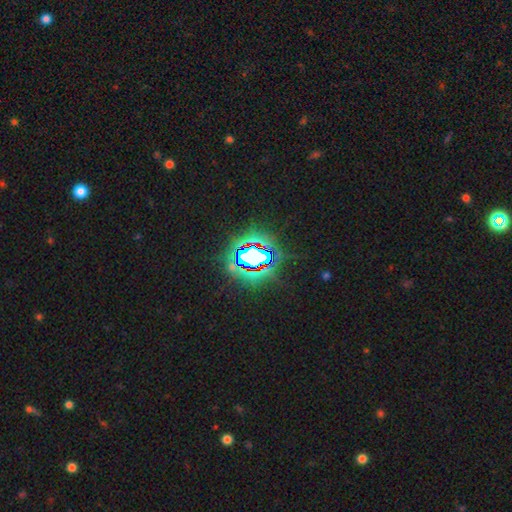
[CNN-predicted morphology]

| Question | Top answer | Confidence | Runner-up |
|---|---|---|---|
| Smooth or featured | star or artifact | 77% | smooth (14%) |